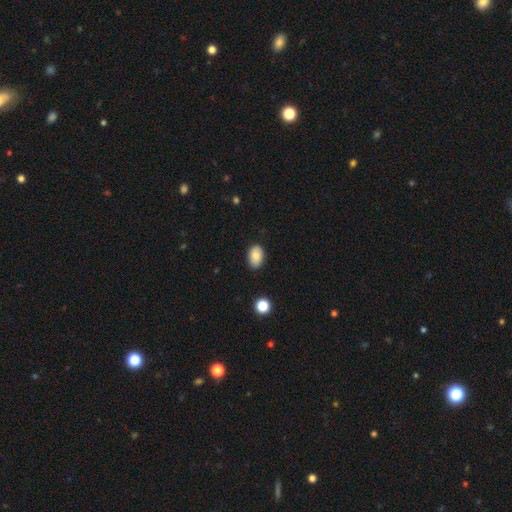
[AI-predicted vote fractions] smooth_or_featured: smooth (p=0.84) [alt: star or artifact p=0.08]
how_rounded: in between (p=0.88) [alt: round p=0.11]
merging: none (p=0.84) [alt: minor disturbance p=0.12]